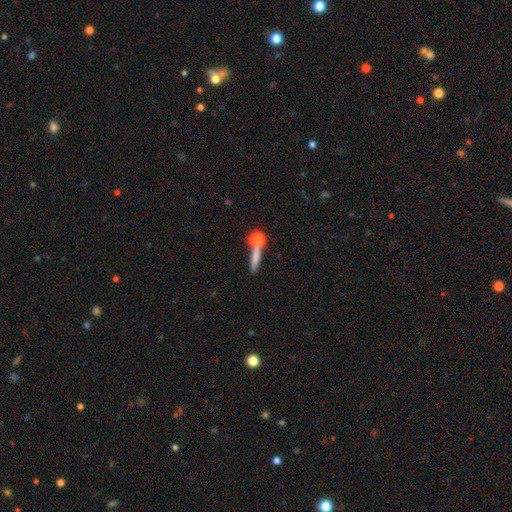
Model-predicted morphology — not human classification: smooth-or-featured: smooth: 69% | featured or disk: 18% | star or artifact: 13%
  how-rounded: cigar-shaped: 60% | round: 24% | in between: 16%
  merging: none: 61% | merger: 22% | minor disturbance: 11% | major disturbance: 7%